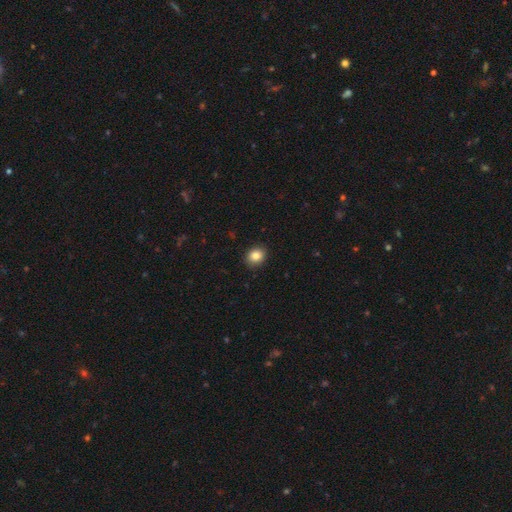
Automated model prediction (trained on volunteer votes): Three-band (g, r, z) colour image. It shows a smooth galaxy with no disk features (84%) that is round (65%). Merging: none (90%).